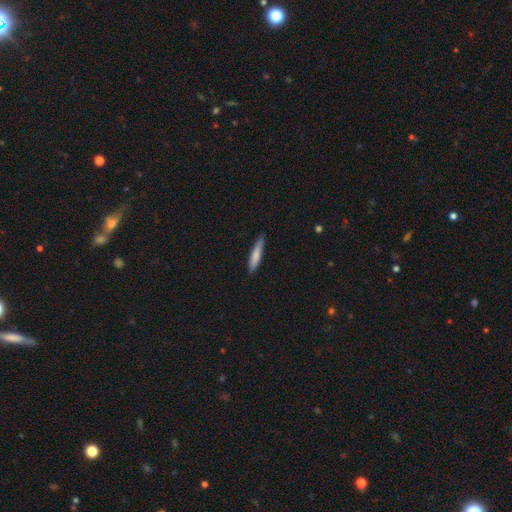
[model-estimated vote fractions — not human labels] smooth-or-featured: smooth: 74% | featured or disk: 20% | star or artifact: 5%
  how-rounded: cigar-shaped: 86% | in between: 13% | round: 1%
  merging: none: 80% | minor disturbance: 16% | major disturbance: 2% | merger: 1%